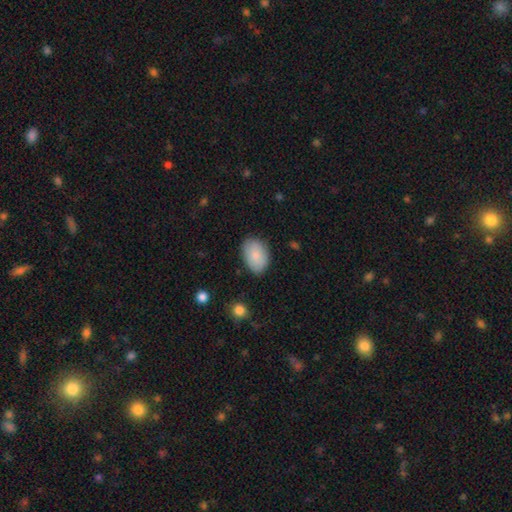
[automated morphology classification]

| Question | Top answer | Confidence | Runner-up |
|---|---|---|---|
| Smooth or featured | smooth | 84% | featured or disk (9%) |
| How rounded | in between | 87% | round (12%) |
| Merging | none | 83% | minor disturbance (13%) |